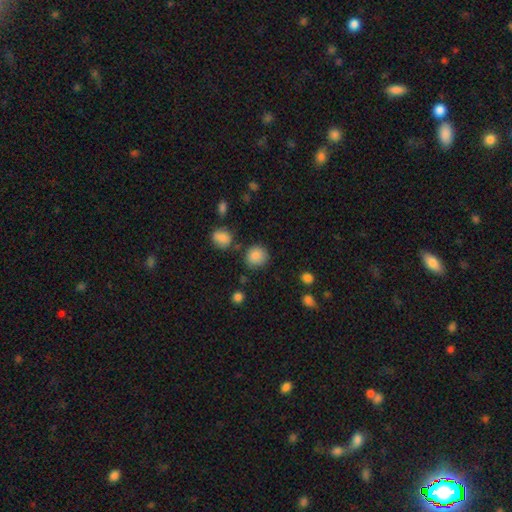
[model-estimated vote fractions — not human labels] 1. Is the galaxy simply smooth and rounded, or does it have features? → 85% smooth, 10% star or artifact, 5% featured or disk.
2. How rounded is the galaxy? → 86% round, 13% in between, 1% cigar-shaped.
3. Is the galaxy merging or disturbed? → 80% none, 11% minor disturbance, 5% merger, 4% major disturbance.